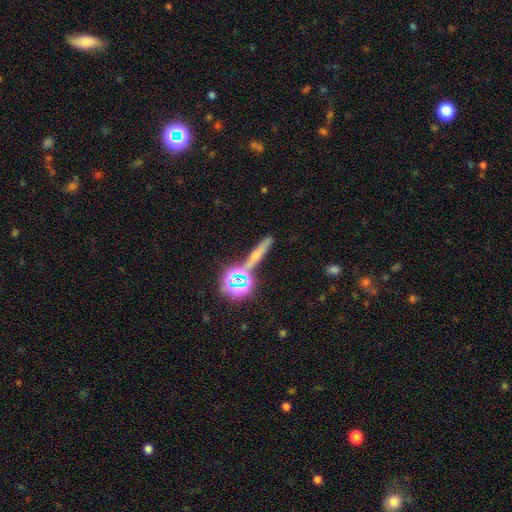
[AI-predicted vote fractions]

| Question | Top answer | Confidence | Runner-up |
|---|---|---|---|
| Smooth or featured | smooth | 40% | star or artifact (31%) |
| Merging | none | 74% | merger (12%) |